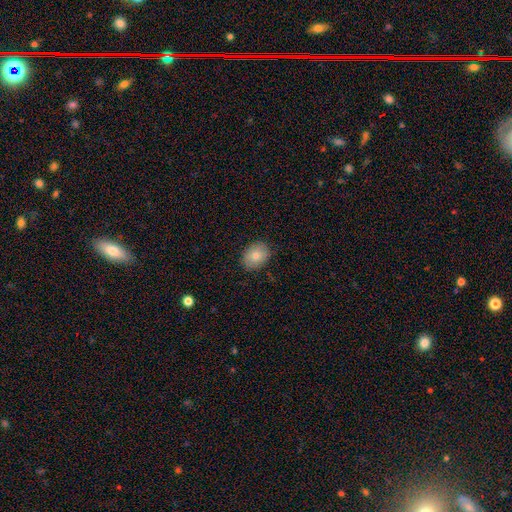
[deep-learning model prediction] smooth 78%, featured or disk 14%, star or artifact 9%. Down the decision tree: how rounded — in between (65%); merging — none (86%).